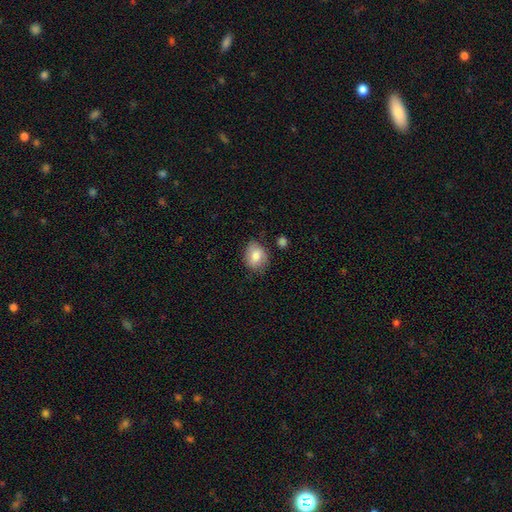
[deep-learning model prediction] Smooth or featured: smooth — 77% (featured or disk — 15%)
How rounded: in between — 51% (round — 48%)
Merging: none — 70% (minor disturbance — 23%)